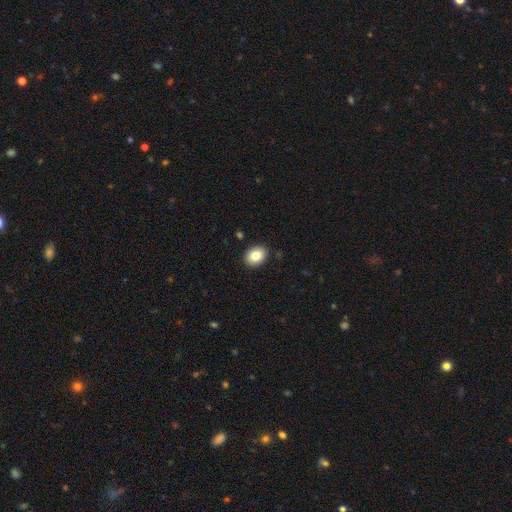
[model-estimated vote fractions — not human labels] smooth_or_featured: smooth (p=0.84) [alt: star or artifact p=0.08]
how_rounded: in between (p=0.65) [alt: round p=0.34]
merging: none (p=0.90) [alt: minor disturbance p=0.07]